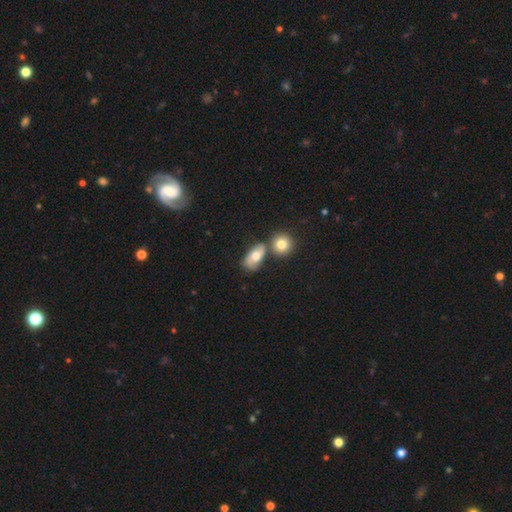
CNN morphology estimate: smooth-or-featured: smooth: 65% | featured or disk: 26% | star or artifact: 9%
  how-rounded: in between: 80% | round: 15% | cigar-shaped: 5%
  merging: none: 50% | merger: 27% | minor disturbance: 17% | major disturbance: 6%